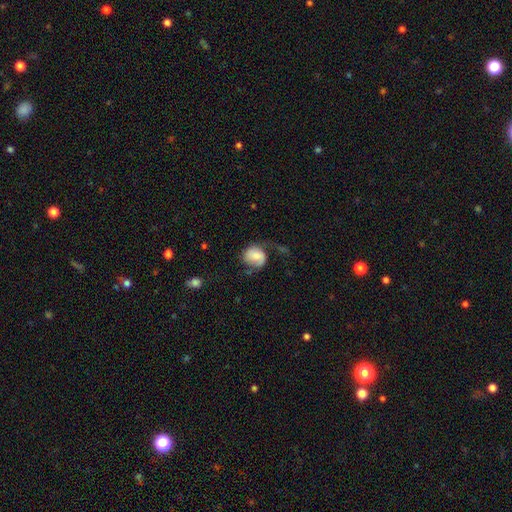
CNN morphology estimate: smooth-or-featured: smooth: 65% | featured or disk: 27% | star or artifact: 8%
  how-rounded: round: 61% | in between: 38% | cigar-shaped: 1%
  merging: none: 37% | major disturbance: 31% | minor disturbance: 28% | merger: 4%